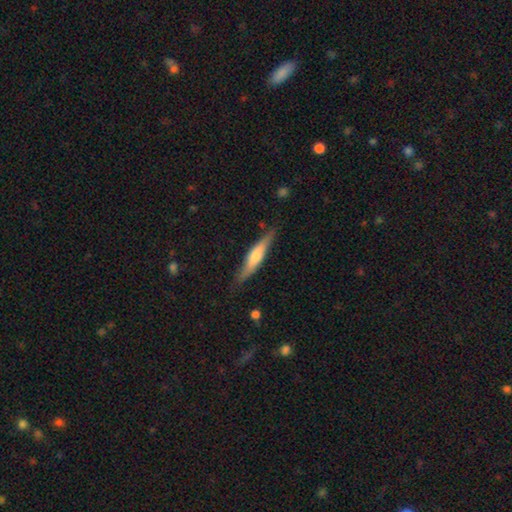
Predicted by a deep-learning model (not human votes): Smooth or featured: featured or disk — 49% (smooth — 45%)
Merging: none — 83% (minor disturbance — 13%)